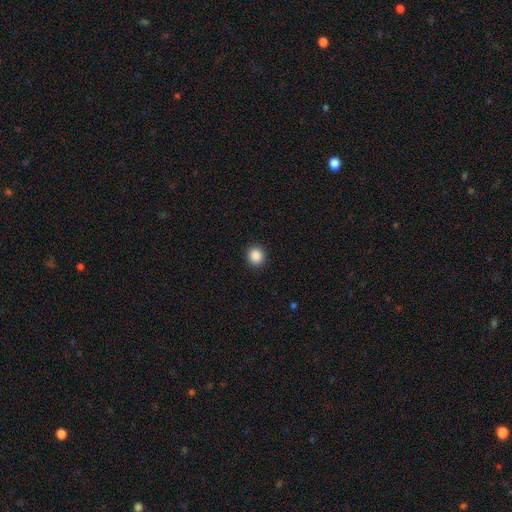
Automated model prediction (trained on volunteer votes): Overall: smooth (88%). How rounded: round (87%). Merging: none (92%).